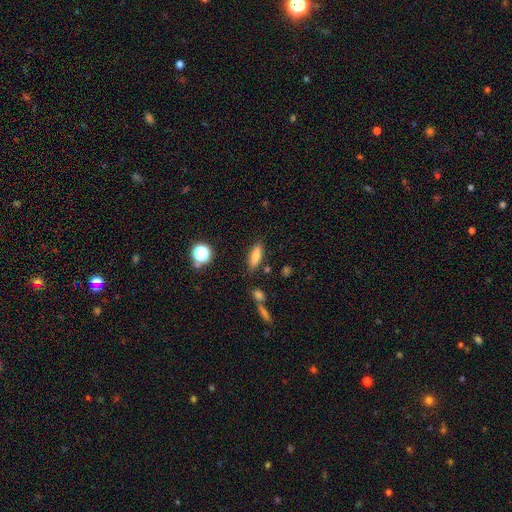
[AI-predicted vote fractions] smooth_or_featured: smooth (p=0.76) [alt: featured or disk p=0.13]
how_rounded: in between (p=0.50) [alt: cigar-shaped p=0.46]
merging: none (p=0.81) [alt: minor disturbance p=0.11]